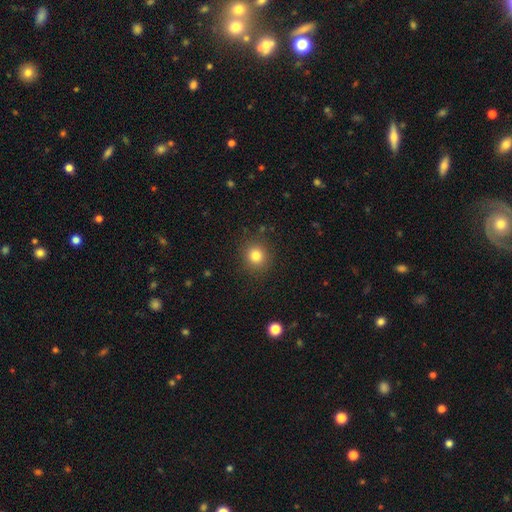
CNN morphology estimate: Smooth or featured? Predicted: smooth (p=0.82). How rounded? Predicted: round (p=0.89). Merging? Predicted: none (p=0.89).